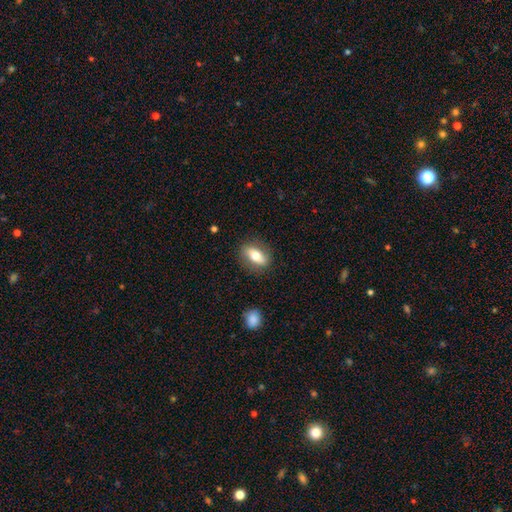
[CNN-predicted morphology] smooth 65%, featured or disk 28%, star or artifact 7%. Down the decision tree: how rounded — in between (78%); merging — none (84%).